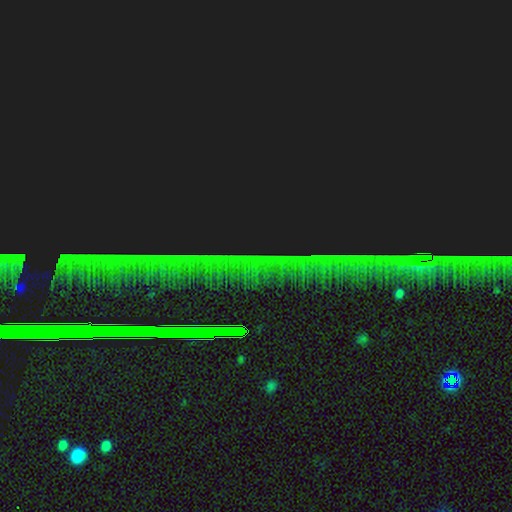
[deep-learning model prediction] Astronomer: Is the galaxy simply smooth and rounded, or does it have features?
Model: star or artifact — 85%.